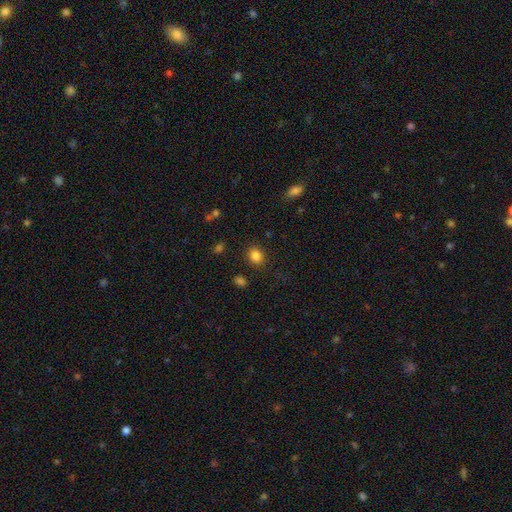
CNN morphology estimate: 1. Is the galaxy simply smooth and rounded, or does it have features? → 84% smooth, 11% star or artifact, 5% featured or disk.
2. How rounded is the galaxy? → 62% round, 37% in between, 1% cigar-shaped.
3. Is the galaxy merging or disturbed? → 86% none, 9% minor disturbance, 3% major disturbance, 2% merger.